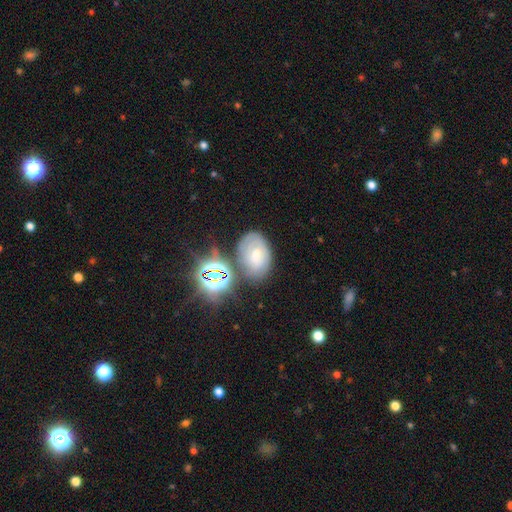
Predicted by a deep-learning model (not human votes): A smooth galaxy with no disk features (41%). Merging: none (63%).